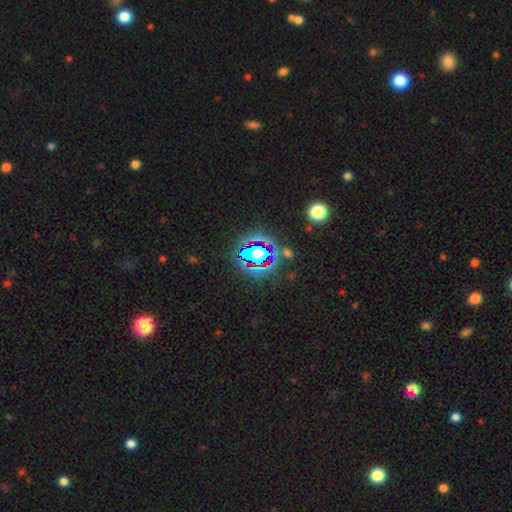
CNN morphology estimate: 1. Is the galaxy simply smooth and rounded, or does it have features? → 66% star or artifact, 22% smooth, 13% featured or disk.